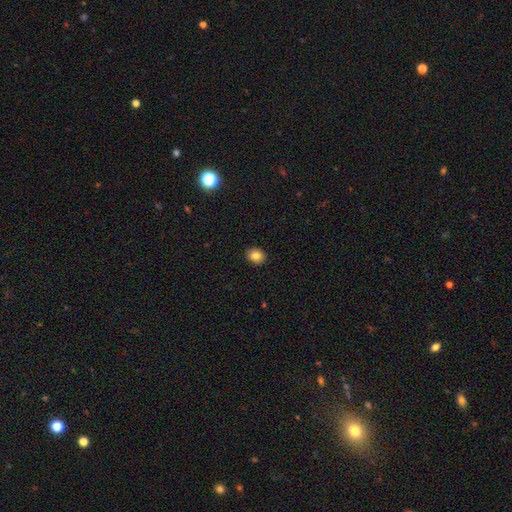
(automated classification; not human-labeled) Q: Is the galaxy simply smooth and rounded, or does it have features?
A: smooth — 83%.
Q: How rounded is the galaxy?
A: round — 61%.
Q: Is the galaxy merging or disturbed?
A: none — 91%.